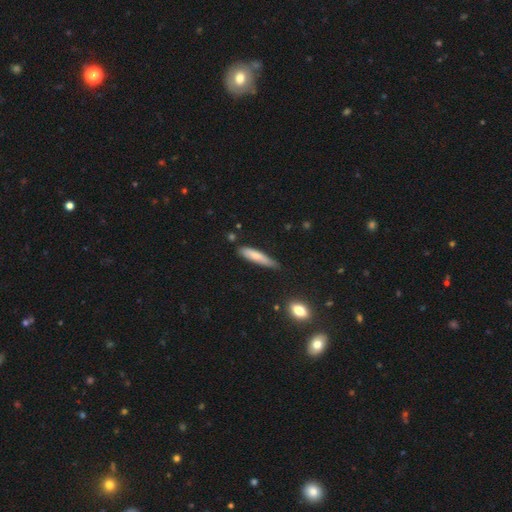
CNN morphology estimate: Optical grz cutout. It shows a smooth galaxy with no disk features (74%) that is cigar-shaped (82%). Merging: none (65%).